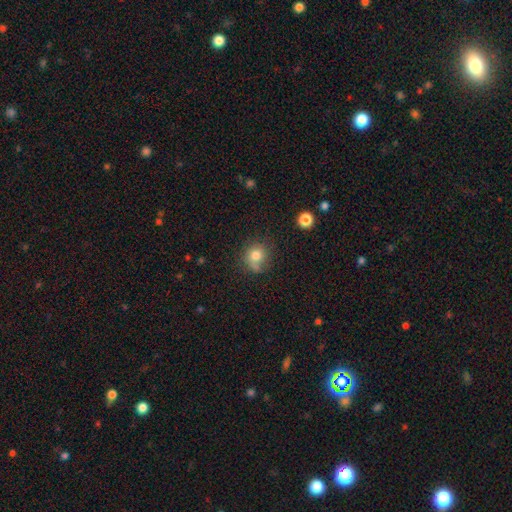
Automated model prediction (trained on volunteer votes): Smooth or featured? smooth (78%)
How rounded? round (81%)
Merging? none (60%)